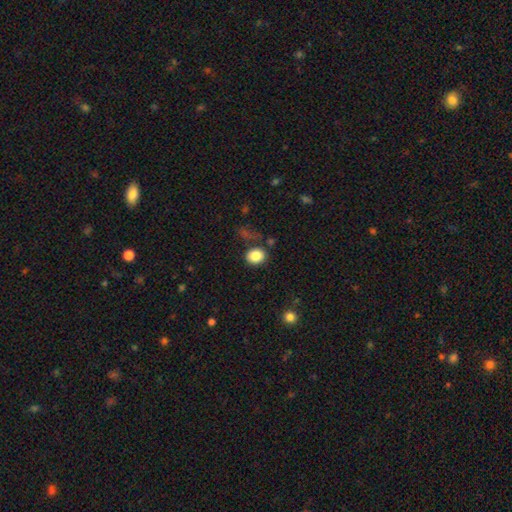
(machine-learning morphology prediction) A smooth galaxy with no disk features (86%) that is round (64%). Merging: none (74%).